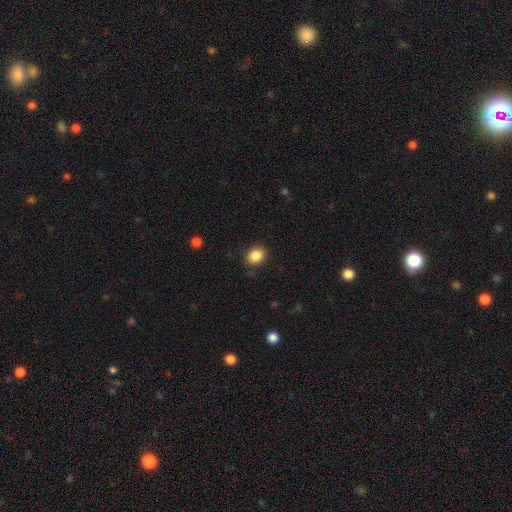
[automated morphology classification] A smooth galaxy with no disk features (87%) that is round (50%). Merging: none (86%).